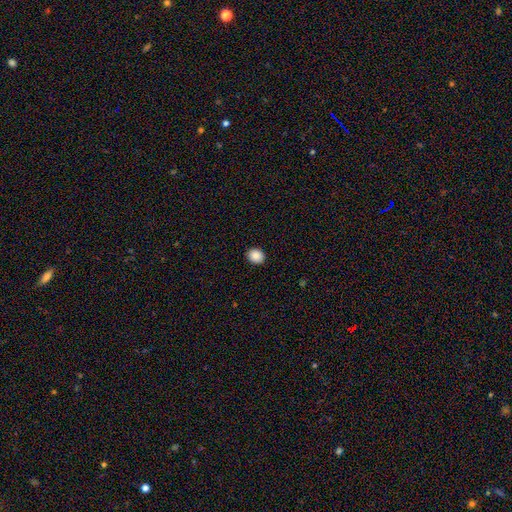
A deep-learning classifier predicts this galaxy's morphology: smooth-or-featured: smooth: 88% | star or artifact: 9% | featured or disk: 3%
  how-rounded: round: 73% | in between: 26% | cigar-shaped: 1%
  merging: none: 92% | minor disturbance: 5% | major disturbance: 2% | merger: 1%